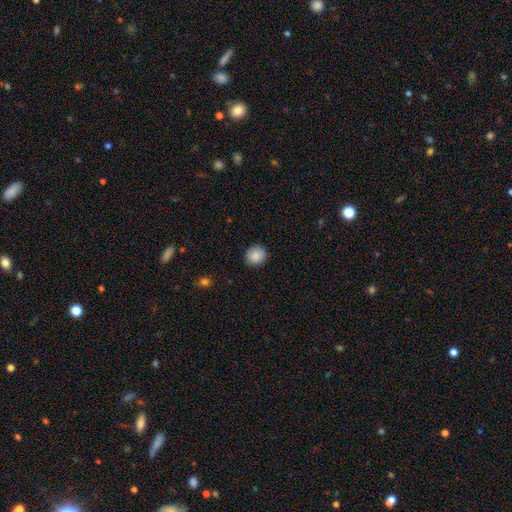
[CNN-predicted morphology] smooth_or_featured: smooth (p=0.88) [alt: star or artifact p=0.08]
how_rounded: round (p=0.87) [alt: in between p=0.12]
merging: none (p=0.90) [alt: minor disturbance p=0.07]